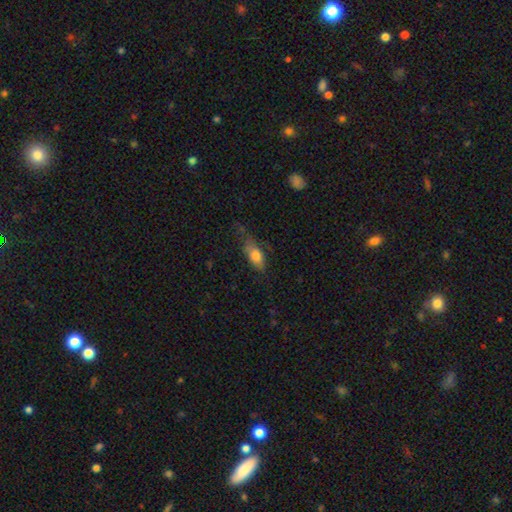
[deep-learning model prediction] Overall: smooth (75%). How rounded: in between (80%). Merging: none (46%; minor disturbance 33%).